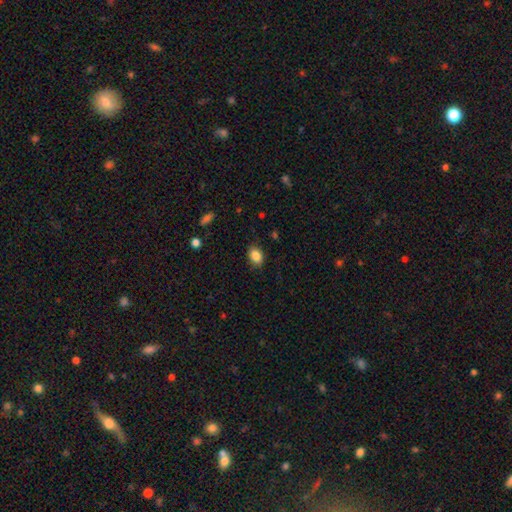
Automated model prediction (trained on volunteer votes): Smooth or featured?
  - smooth: 86% *
  - star or artifact: 8%
  - featured or disk: 6%
How rounded?
  - in between: 77% *
  - round: 21%
  - cigar-shaped: 1%
Merging?
  - none: 84% *
  - minor disturbance: 12%
  - major disturbance: 3%
  - merger: 1%